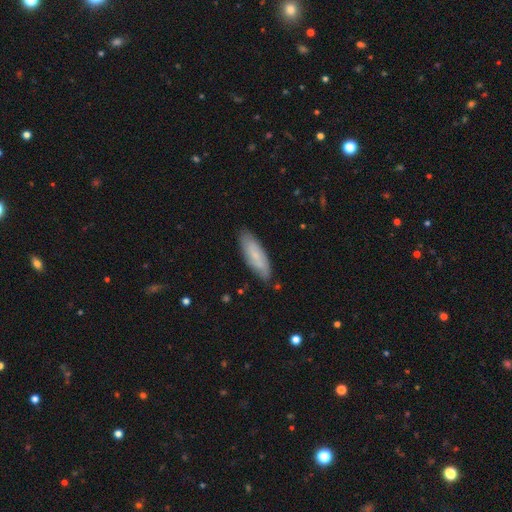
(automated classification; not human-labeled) smooth_or_featured: smooth (p=0.65) [alt: featured or disk p=0.28]
how_rounded: in between (p=0.53) [alt: cigar-shaped p=0.46]
merging: none (p=0.82) [alt: minor disturbance p=0.14]